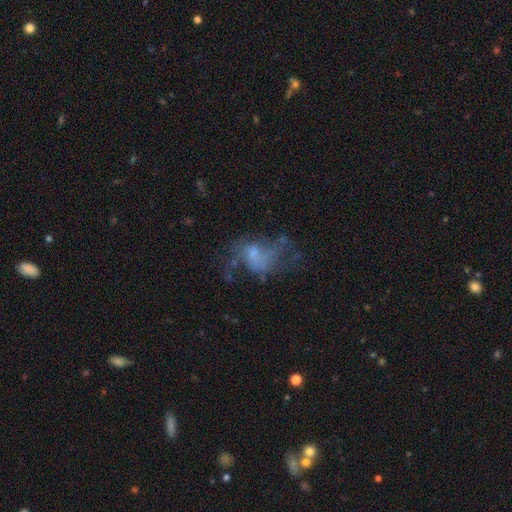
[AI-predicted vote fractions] Smooth or featured? Predicted: featured or disk (p=0.52). Edge-on disk? Predicted: no (p=0.97). Bar? Predicted: no (p=0.76). Spiral arms? Predicted: no (p=0.58). Bulge size? Predicted: small (p=0.38). Merging? Predicted: major disturbance (p=0.42).